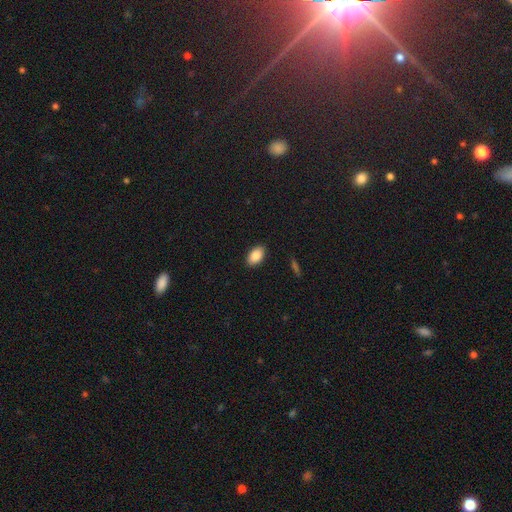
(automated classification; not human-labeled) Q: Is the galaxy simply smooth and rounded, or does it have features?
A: smooth — 88%.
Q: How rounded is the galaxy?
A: in between — 93%.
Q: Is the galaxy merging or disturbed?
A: none — 89%.